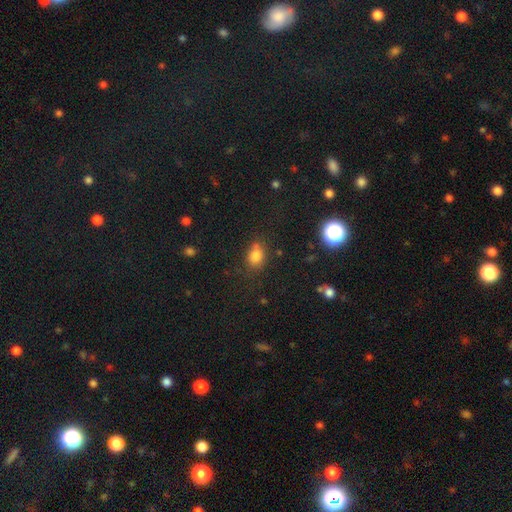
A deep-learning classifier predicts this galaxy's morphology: smooth-or-featured: smooth: 78% | star or artifact: 15% | featured or disk: 7%
  how-rounded: in between: 56% | round: 43% | cigar-shaped: 2%
  merging: none: 64% | minor disturbance: 19% | merger: 11% | major disturbance: 6%